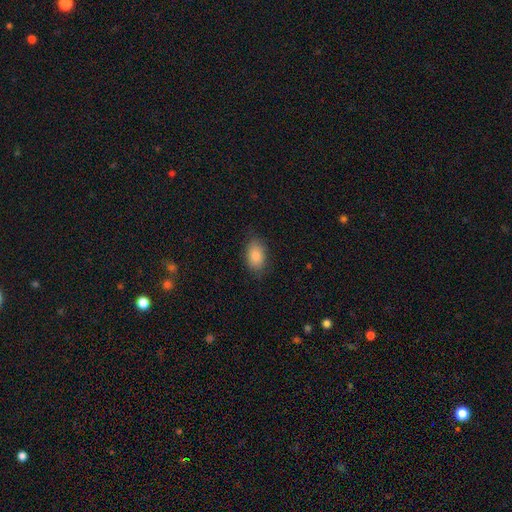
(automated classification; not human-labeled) Morphology: type=smooth (86%); roundness=in between (89%); merging=none (81%).